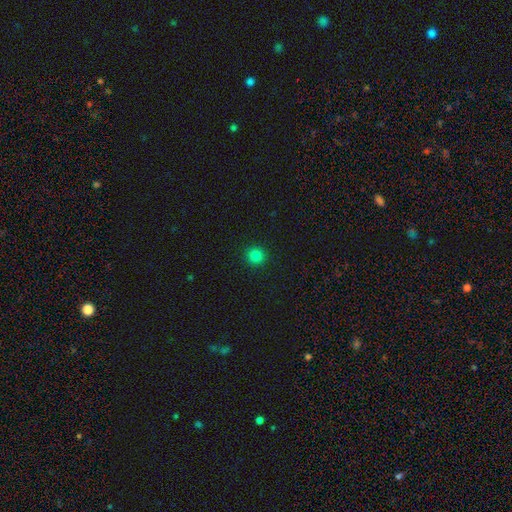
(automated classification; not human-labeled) Overall: smooth (83%). How rounded: round (93%). Merging: none (92%).